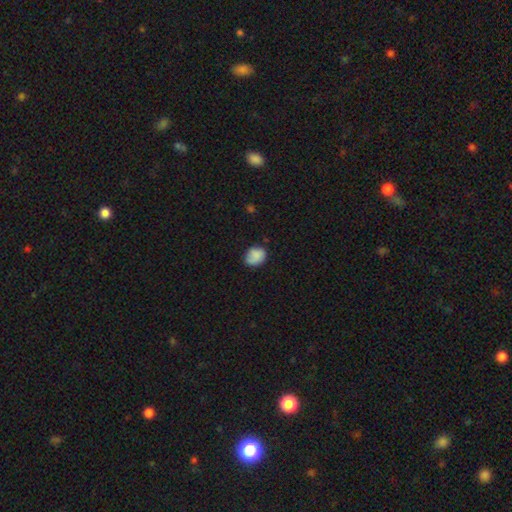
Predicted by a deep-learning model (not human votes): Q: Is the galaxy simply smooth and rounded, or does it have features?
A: smooth — 84%.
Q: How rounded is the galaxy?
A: in between — 52%.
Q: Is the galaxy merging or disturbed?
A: none — 67%.